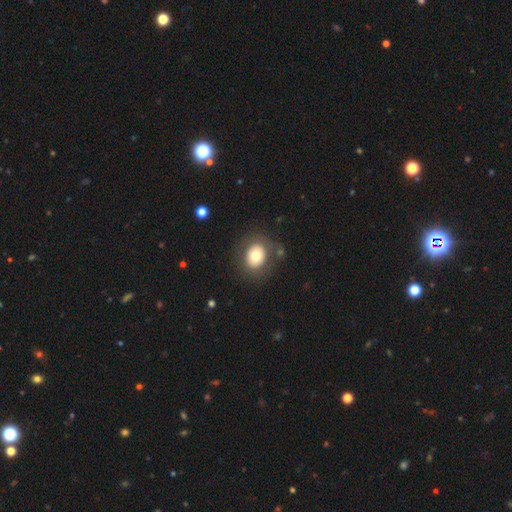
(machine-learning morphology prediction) The model was most divided on "how rounded": round: 60%, in between: 39%, cigar-shaped: 1%. More confident: merging — none (80%); smooth or featured — smooth (72%).